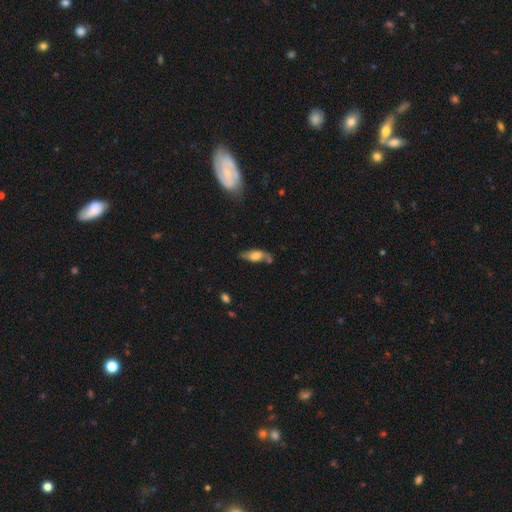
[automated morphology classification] A smooth galaxy with no disk features (54%) that is in between round and cigar-shaped (74%). Merging: none (55%).